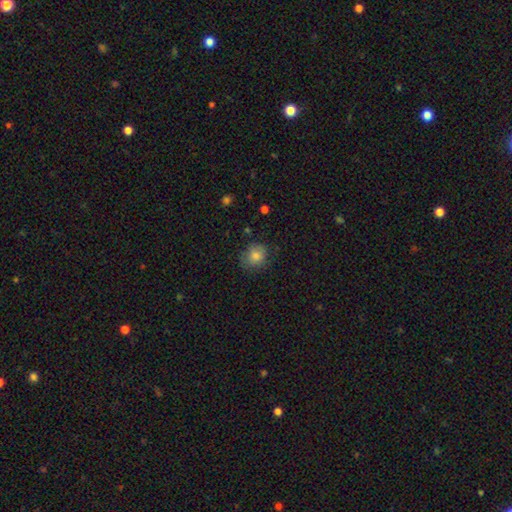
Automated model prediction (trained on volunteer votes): Q: Smooth or featured?
A: smooth (80%); runner-up: star or artifact (11%)
Q: How rounded?
A: round (70%); runner-up: in between (29%)
Q: Merging?
A: none (76%); runner-up: minor disturbance (18%)